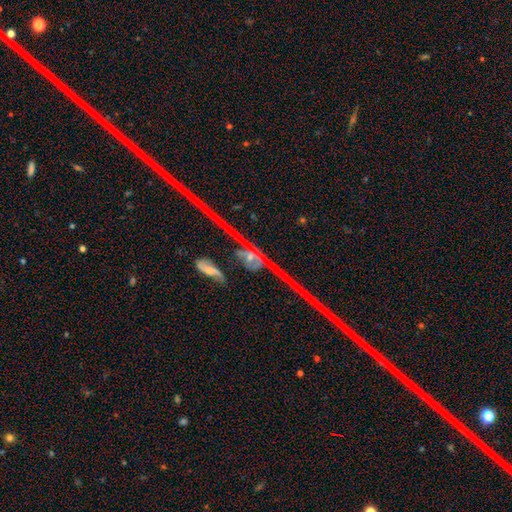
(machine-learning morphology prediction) smooth_or_featured: star or artifact (p=0.72) [alt: featured or disk p=0.20]